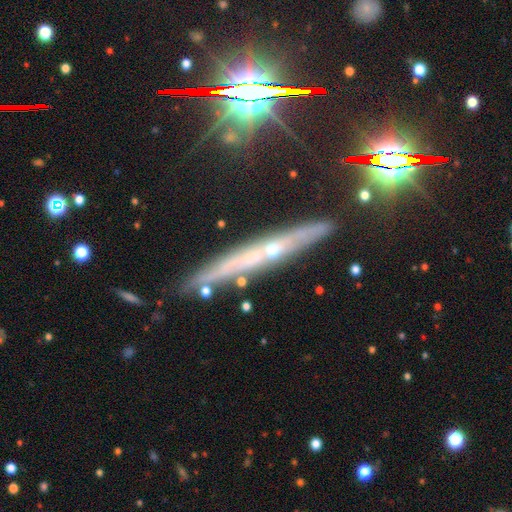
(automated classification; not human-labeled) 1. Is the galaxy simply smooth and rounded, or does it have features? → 64% featured or disk, 19% star or artifact, 17% smooth.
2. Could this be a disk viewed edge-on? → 89% yes, 11% no.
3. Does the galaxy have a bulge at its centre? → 55% rounded, 41% none, 4% boxy.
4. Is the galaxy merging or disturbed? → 79% none, 15% minor disturbance, 3% merger, 3% major disturbance.